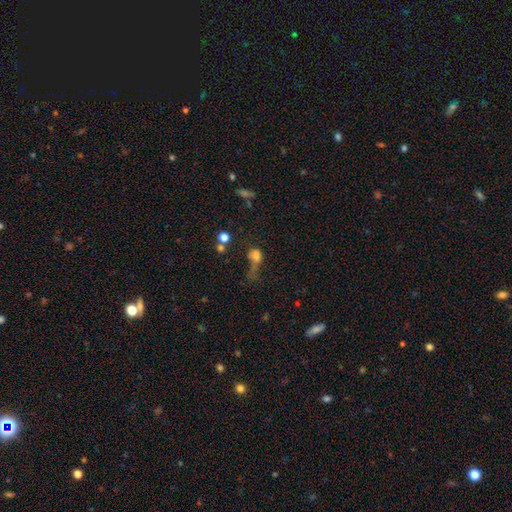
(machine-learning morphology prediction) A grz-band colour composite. It shows a smooth galaxy with no disk features (69%) that is in between round and cigar-shaped (60%). Merging: major disturbance (43%).